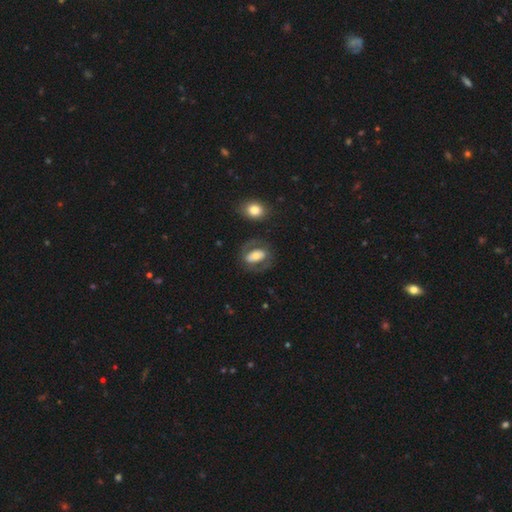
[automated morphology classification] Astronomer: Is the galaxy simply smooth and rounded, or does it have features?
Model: featured or disk — 54% (runner-up: smooth, 39%).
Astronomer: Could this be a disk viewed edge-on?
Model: no — 94%.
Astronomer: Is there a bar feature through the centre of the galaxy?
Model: no — 42% (runner-up: strong, 31%).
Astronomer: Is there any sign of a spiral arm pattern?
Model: yes — 56% (runner-up: no, 44%).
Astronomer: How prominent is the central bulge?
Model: moderate — 49%.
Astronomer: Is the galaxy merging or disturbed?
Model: none — 71%.